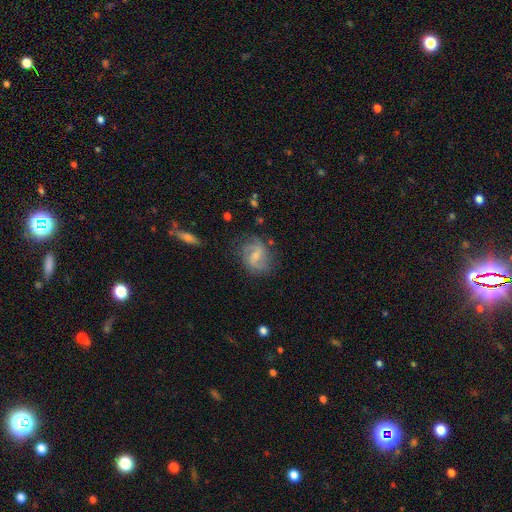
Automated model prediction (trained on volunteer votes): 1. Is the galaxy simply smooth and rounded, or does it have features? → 71% featured or disk, 22% smooth, 7% star or artifact.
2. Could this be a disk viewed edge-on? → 97% no, 3% yes.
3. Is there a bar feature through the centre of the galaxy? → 55% weak, 26% no, 18% strong.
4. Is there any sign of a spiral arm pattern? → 91% yes, 9% no.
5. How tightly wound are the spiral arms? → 45% medium, 36% loose, 19% tight.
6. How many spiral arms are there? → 76% 2, 11% can't tell, 6% 3, 4% 1, 2% 4, 2% more than 4.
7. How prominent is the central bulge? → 50% small, 36% moderate, 10% none, 3% large, 1% dominant.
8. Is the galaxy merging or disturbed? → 68% none, 21% minor disturbance, 9% major disturbance, 2% merger.